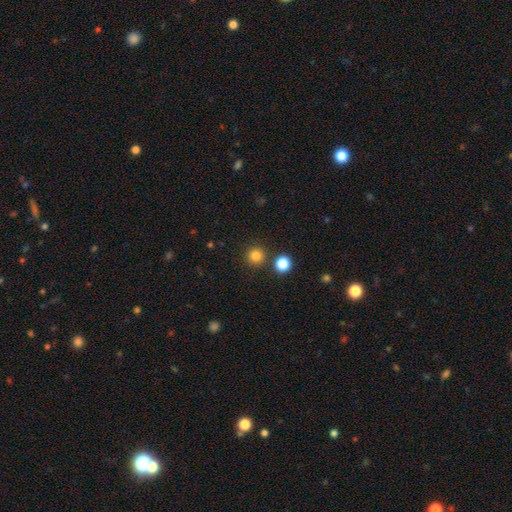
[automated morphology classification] Q: Smooth or featured?
A: smooth (82%); runner-up: star or artifact (14%)
Q: How rounded?
A: round (95%); runner-up: in between (4%)
Q: Merging?
A: none (87%); runner-up: minor disturbance (5%)